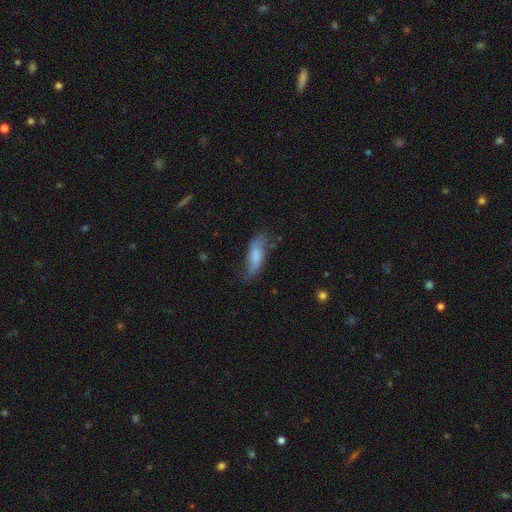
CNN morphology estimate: smooth-or-featured: smooth: 74% | featured or disk: 19% | star or artifact: 7%
  how-rounded: in between: 61% | cigar-shaped: 36% | round: 2%
  merging: none: 59% | minor disturbance: 29% | major disturbance: 9% | merger: 3%